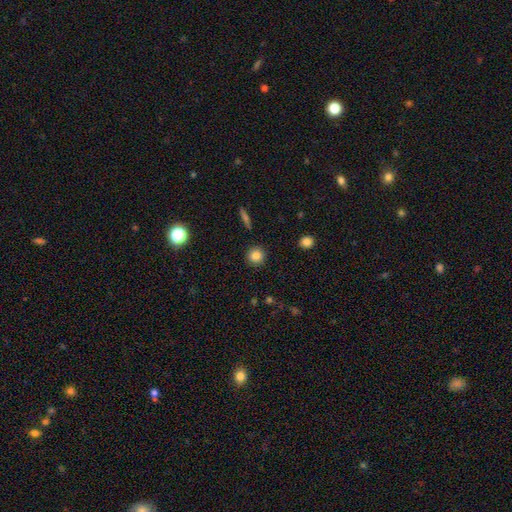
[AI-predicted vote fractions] smooth_or_featured: smooth (p=0.84) [alt: star or artifact p=0.10]
how_rounded: round (p=0.94) [alt: in between p=0.05]
merging: none (p=0.91) [alt: minor disturbance p=0.06]